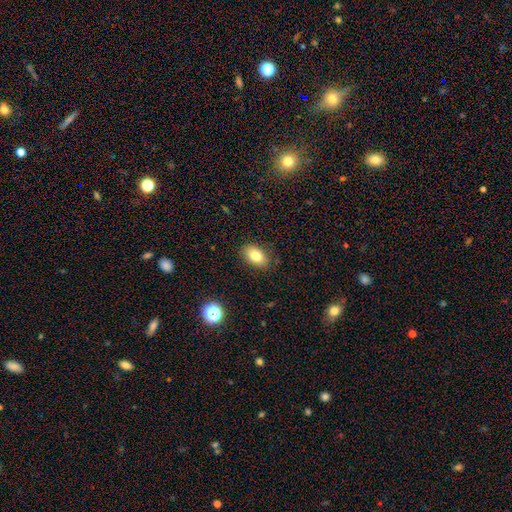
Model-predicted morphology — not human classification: Smooth or featured? smooth (81%)
How rounded? in between (88%)
Merging? none (86%)